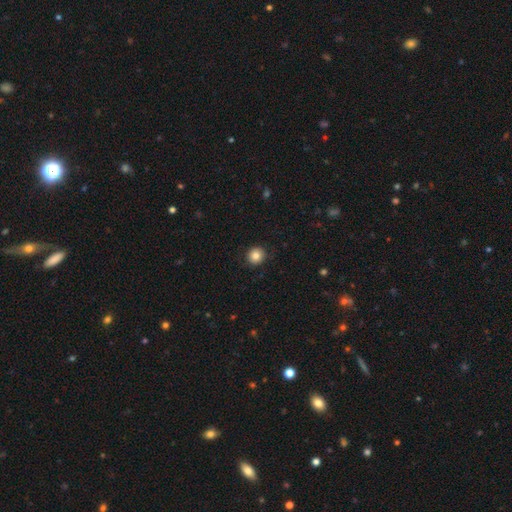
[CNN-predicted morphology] Overall: smooth (83%). How rounded: round (92%). Merging: none (91%).